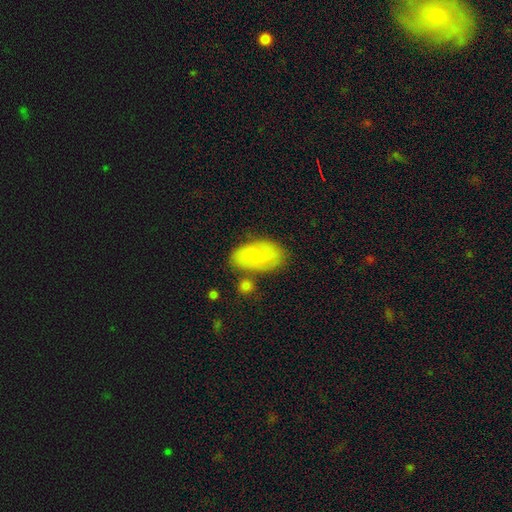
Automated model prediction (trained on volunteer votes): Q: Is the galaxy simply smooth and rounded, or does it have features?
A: featured or disk — 46%, tied with smooth.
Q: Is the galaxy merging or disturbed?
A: none — 69%.